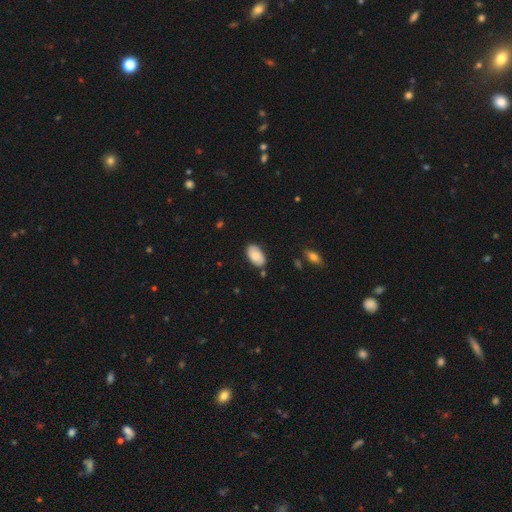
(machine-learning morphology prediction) The model was most divided on "merging": none: 80%, minor disturbance: 15%, merger: 3%, major disturbance: 3%. More confident: how rounded — in between (95%); smooth or featured — smooth (80%).